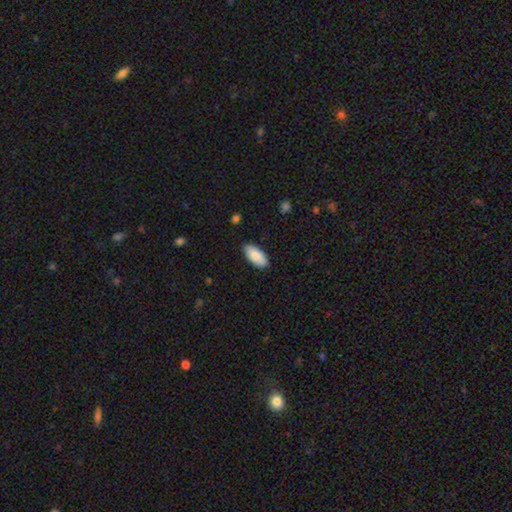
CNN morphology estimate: Smooth or featured?
  - smooth: 88% *
  - featured or disk: 6%
  - star or artifact: 6%
How rounded?
  - in between: 91% *
  - cigar-shaped: 7%
  - round: 2%
Merging?
  - none: 86% *
  - minor disturbance: 11%
  - major disturbance: 2%
  - merger: 1%